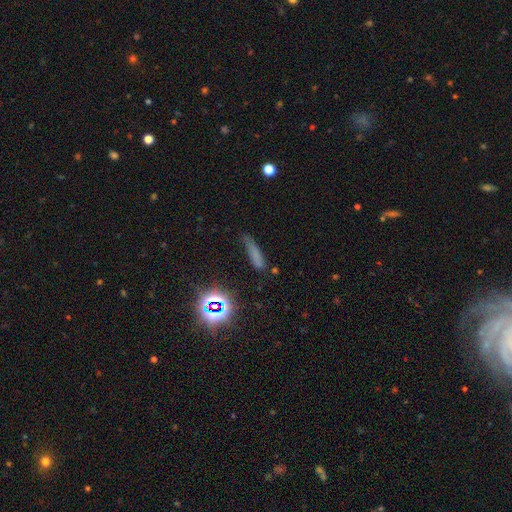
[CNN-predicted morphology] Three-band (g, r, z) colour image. It shows a smooth galaxy with no disk features (62%) that is cigar-shaped (80%). Merging: none (59%).